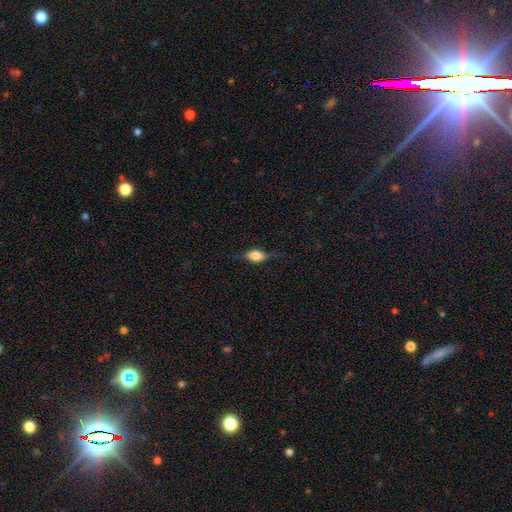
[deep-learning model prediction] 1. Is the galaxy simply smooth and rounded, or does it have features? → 47% featured or disk, 44% smooth, 9% star or artifact.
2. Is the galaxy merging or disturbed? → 74% none, 18% minor disturbance, 6% major disturbance, 1% merger.